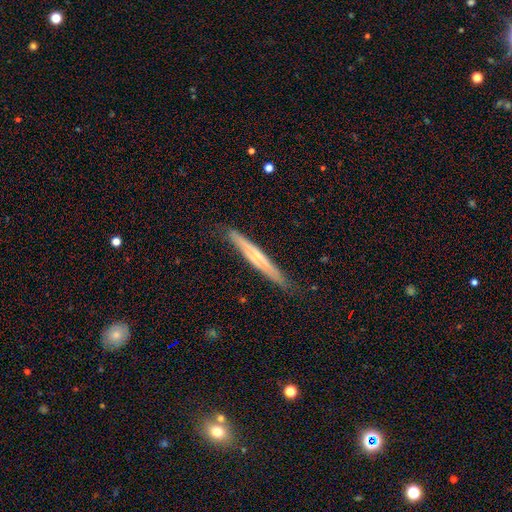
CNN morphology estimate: The model was most divided on "edge-on bulge": rounded: 53%, none: 39%, boxy: 7%. More confident: edge-on disk — yes (93%); merging — none (84%); smooth or featured — featured or disk (57%).